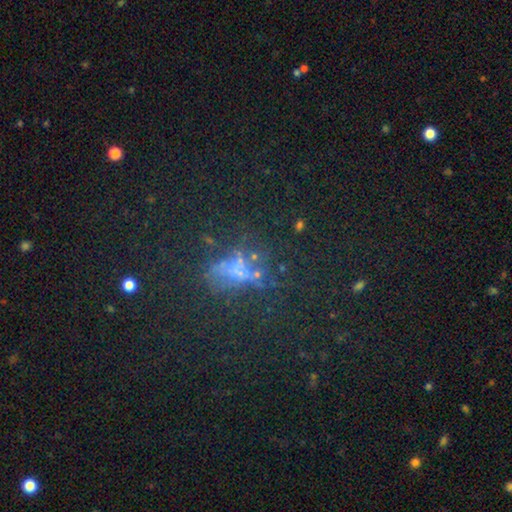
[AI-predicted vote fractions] Morphology: type=star or artifact (45%).